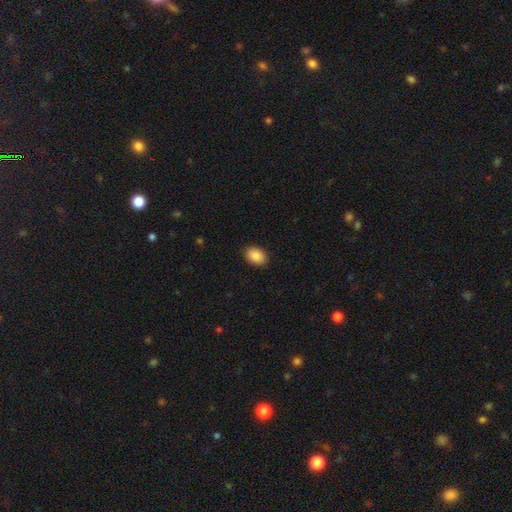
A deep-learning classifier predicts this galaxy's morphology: smooth-or-featured: smooth: 89% | star or artifact: 7% | featured or disk: 4%
  how-rounded: in between: 77% | round: 22% | cigar-shaped: 1%
  merging: none: 90% | minor disturbance: 7% | major disturbance: 2% | merger: 1%